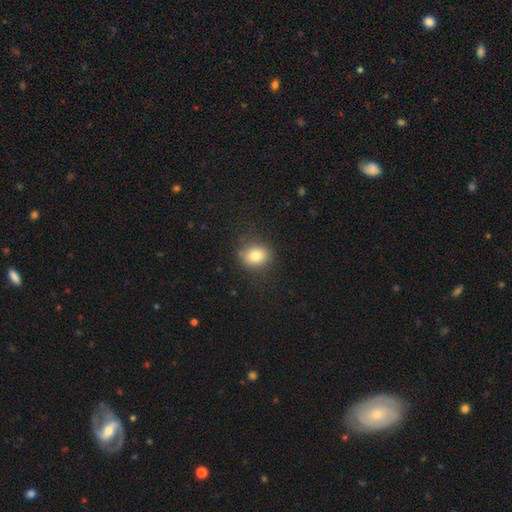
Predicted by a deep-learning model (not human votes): A smooth galaxy with no disk features (81%) that is round (65%). Merging: none (82%).